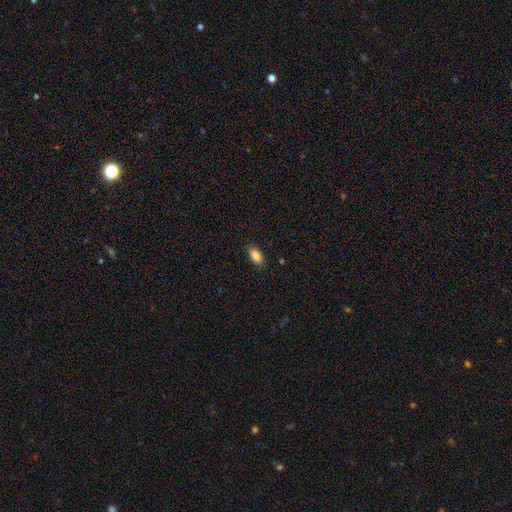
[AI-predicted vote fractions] Q: Smooth or featured?
A: smooth (86%); runner-up: star or artifact (8%)
Q: How rounded?
A: in between (91%); runner-up: round (5%)
Q: Merging?
A: none (87%); runner-up: minor disturbance (10%)